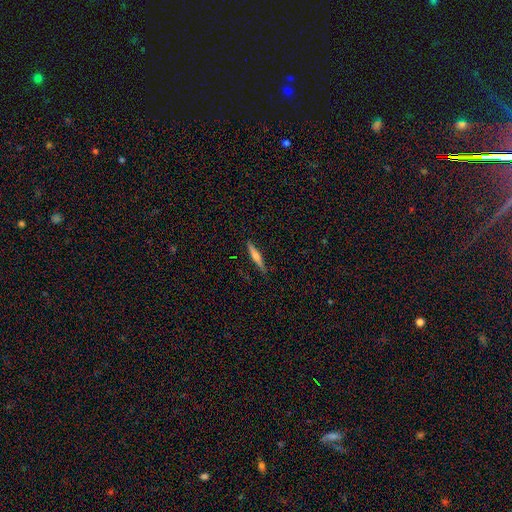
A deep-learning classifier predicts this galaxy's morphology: A featured or disk galaxy (52%) viewed edge-on (97%).

Vote fractions:
- Smooth or featured? featured or disk: 52% / smooth: 42% / star or artifact: 6%
- Edge-on disk? yes: 97% / no: 3%
- Merging? none: 88% / minor disturbance: 9% / major disturbance: 2% / merger: 1%